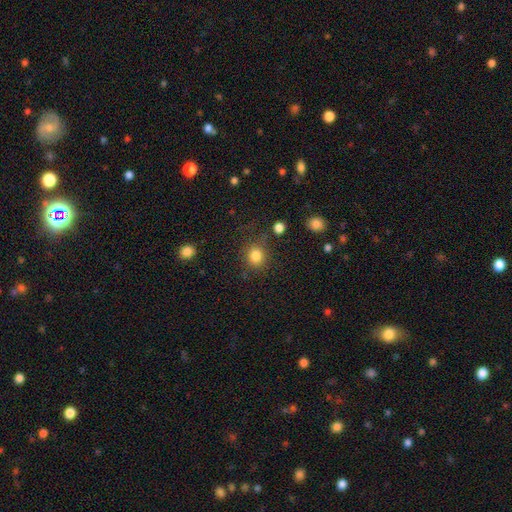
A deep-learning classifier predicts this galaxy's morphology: Smooth or featured? smooth (83%)
How rounded? round (84%)
Merging? none (77%)